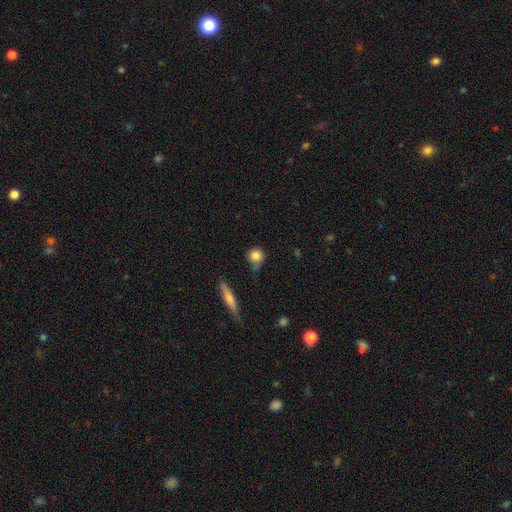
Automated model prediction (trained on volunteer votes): Smooth or featured? Predicted: smooth (p=0.81). How rounded? Predicted: round (p=0.82). Merging? Predicted: none (p=0.62).